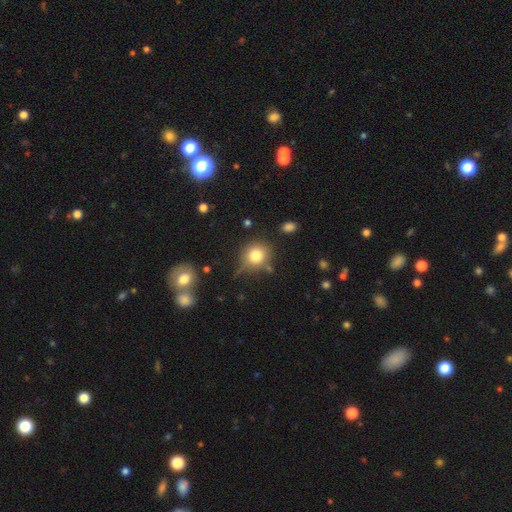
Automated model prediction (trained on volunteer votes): smooth_or_featured: smooth (p=0.79) [alt: star or artifact p=0.12]
how_rounded: round (p=0.83) [alt: in between p=0.16]
merging: none (p=0.72) [alt: minor disturbance p=0.17]